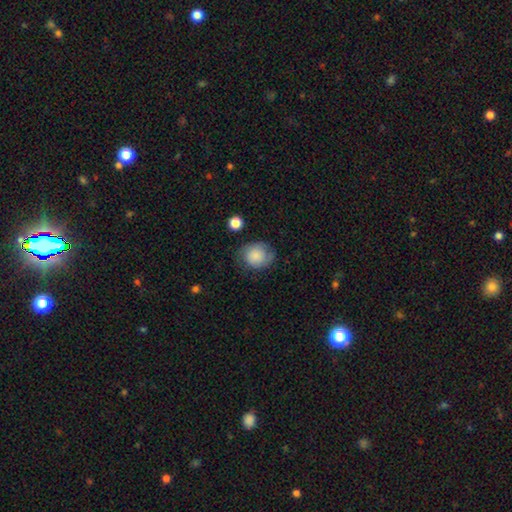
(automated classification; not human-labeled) Smooth or featured? smooth (72%)
How rounded? round (69%)
Merging? none (65%)